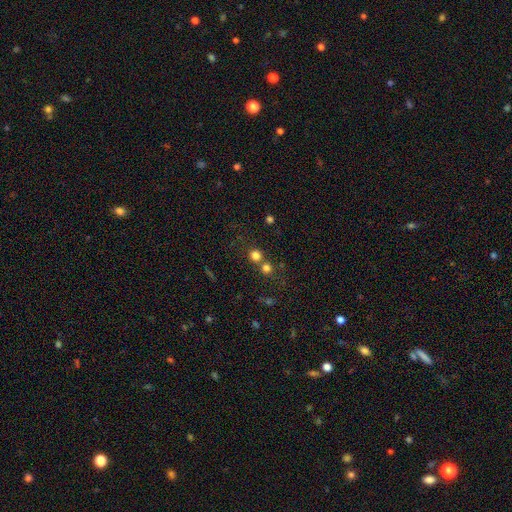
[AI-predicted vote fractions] Smooth or featured? Predicted: smooth (p=0.75). How rounded? Predicted: round (p=0.89). Merging? Predicted: none (p=0.59).